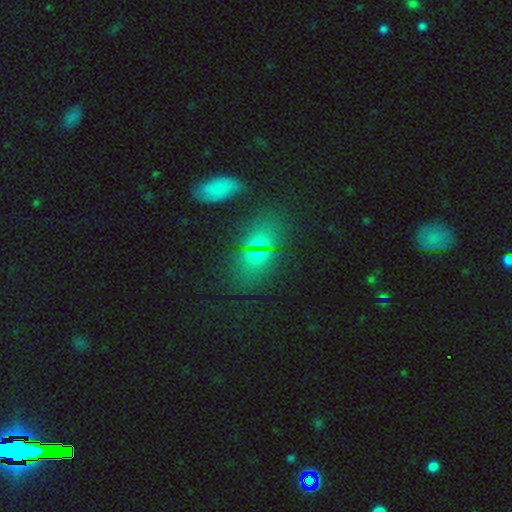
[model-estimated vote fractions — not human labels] Smooth or featured: star or artifact — 44% (smooth — 39%)